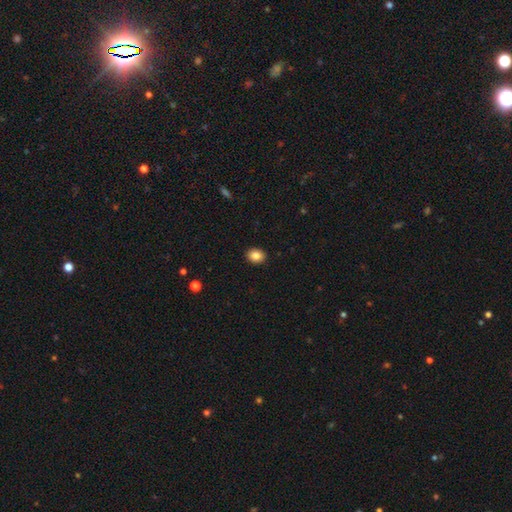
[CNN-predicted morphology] A smooth galaxy with no disk features (85%) that is in between round and cigar-shaped (51%). Merging: none (91%).